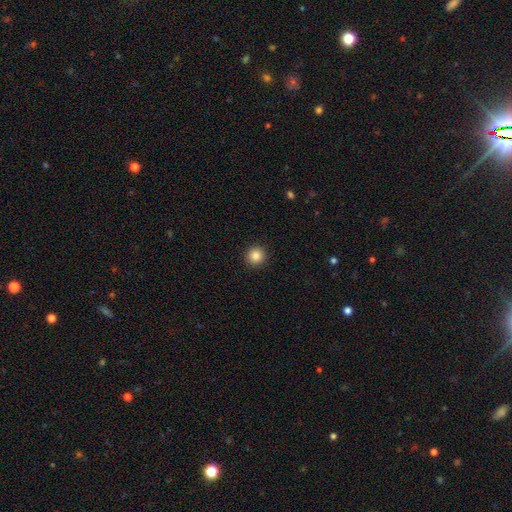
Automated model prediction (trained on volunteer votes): Smooth or featured?
  - smooth: 85% *
  - star or artifact: 10%
  - featured or disk: 5%
How rounded?
  - round: 95% *
  - in between: 4%
  - cigar-shaped: 1%
Merging?
  - none: 93% *
  - minor disturbance: 4%
  - major disturbance: 2%
  - merger: 1%